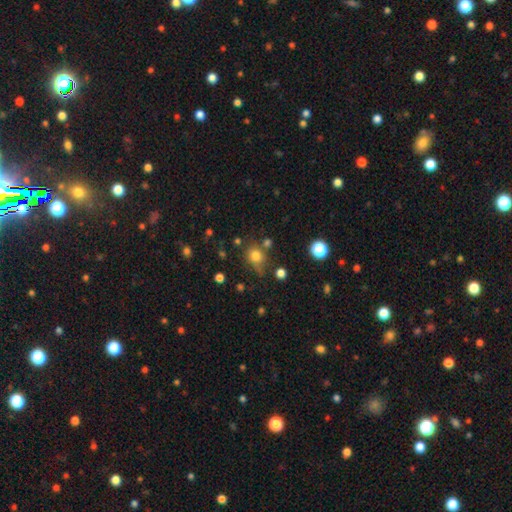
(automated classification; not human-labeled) This is likely a smooth galaxy (78%). How rounded: likely round (76%). Merging: likely none (64%).